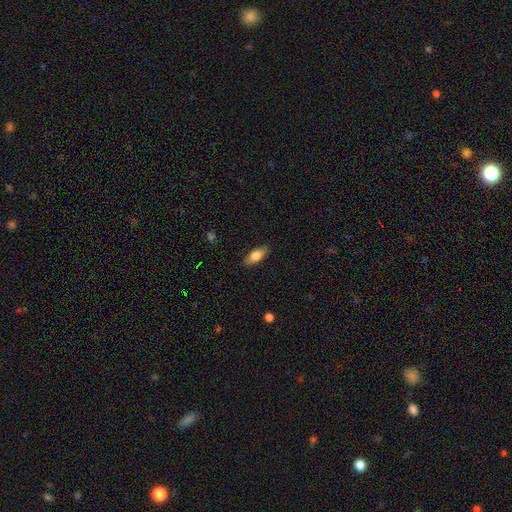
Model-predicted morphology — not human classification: A smooth galaxy with no disk features (78%) that is in between round and cigar-shaped (79%). Merging: none (87%).